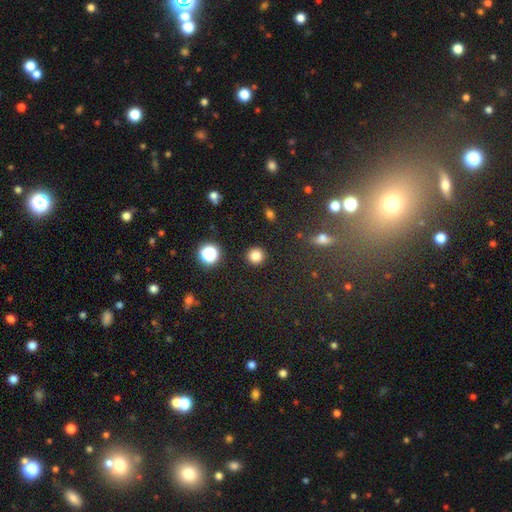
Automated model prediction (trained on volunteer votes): The model was most divided on "smooth or featured": smooth: 82%, star or artifact: 14%, featured or disk: 5%. More confident: how rounded — round (93%); merging — none (91%).